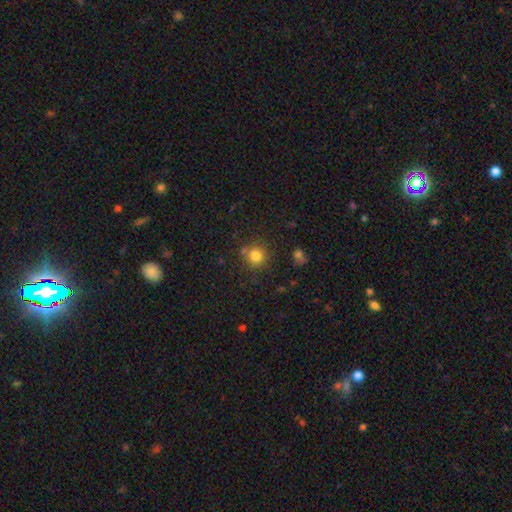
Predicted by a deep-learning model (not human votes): Smooth or featured?
  - smooth: 80% *
  - star or artifact: 14%
  - featured or disk: 6%
How rounded?
  - round: 92% *
  - in between: 7%
  - cigar-shaped: 1%
Merging?
  - none: 76% *
  - minor disturbance: 11%
  - merger: 10%
  - major disturbance: 4%